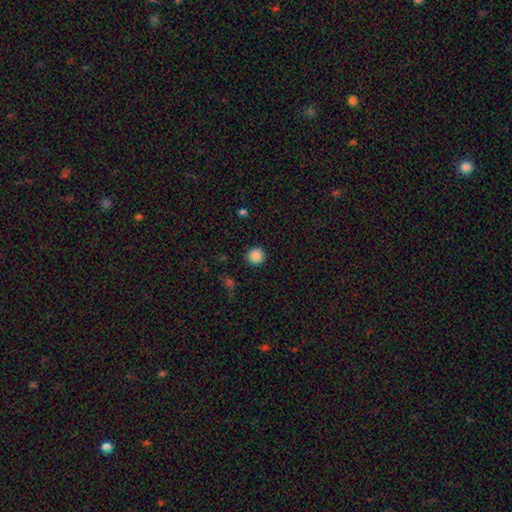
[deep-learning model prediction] A smooth galaxy with no disk features (87%) that is round (93%).

Vote fractions:
- Smooth or featured? smooth: 87% / star or artifact: 10% / featured or disk: 3%
- How rounded? round: 93% / in between: 6% / cigar-shaped: 1%
- Merging? none: 91% / minor disturbance: 6% / major disturbance: 2% / merger: 1%